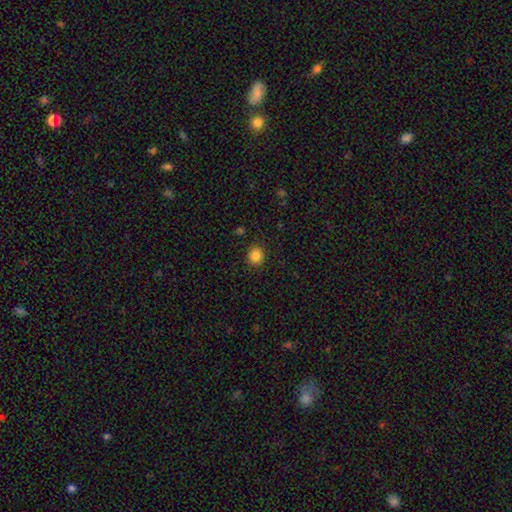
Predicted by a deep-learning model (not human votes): smooth-or-featured: smooth: 85% | star or artifact: 11% | featured or disk: 4%
  how-rounded: round: 85% | in between: 15% | cigar-shaped: 1%
  merging: none: 90% | minor disturbance: 7% | major disturbance: 2% | merger: 1%